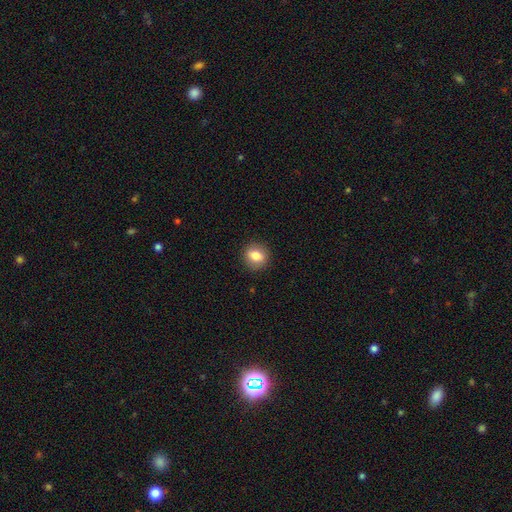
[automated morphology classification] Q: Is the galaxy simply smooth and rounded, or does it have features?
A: smooth — 79%.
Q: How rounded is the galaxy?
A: round — 71%.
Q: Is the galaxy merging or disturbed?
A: none — 89%.